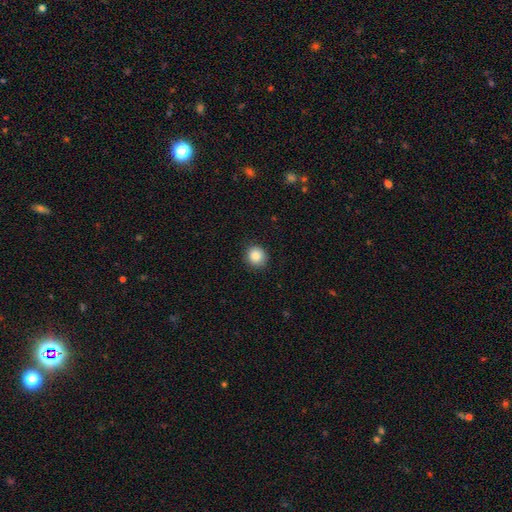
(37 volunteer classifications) Smooth or featured? 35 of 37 (95%) said smooth. How rounded? 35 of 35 (100%) said round. Merging? 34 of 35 (97%) said none.